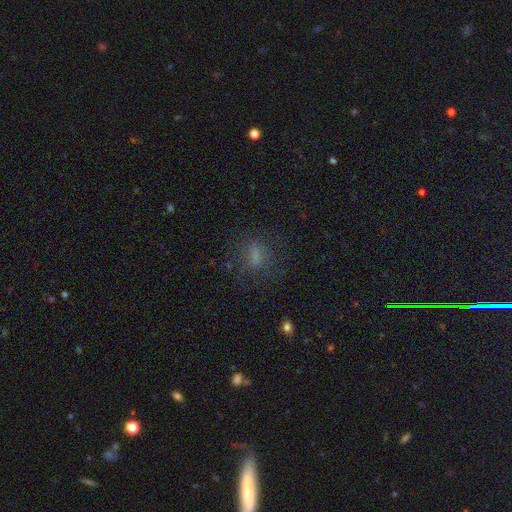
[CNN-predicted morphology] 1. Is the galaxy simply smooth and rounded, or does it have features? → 63% smooth, 20% star or artifact, 17% featured or disk.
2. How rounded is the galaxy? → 53% in between, 36% round, 11% cigar-shaped.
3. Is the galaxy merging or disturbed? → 71% none, 15% minor disturbance, 12% major disturbance, 2% merger.